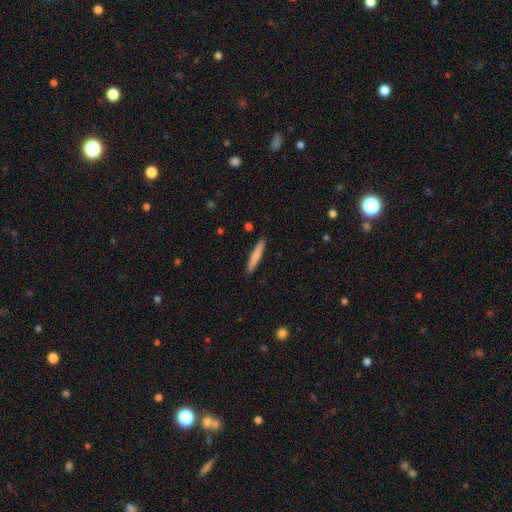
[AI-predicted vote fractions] Smooth or featured? Predicted: smooth (p=0.75). How rounded? Predicted: cigar-shaped (p=0.94). Merging? Predicted: none (p=0.90).